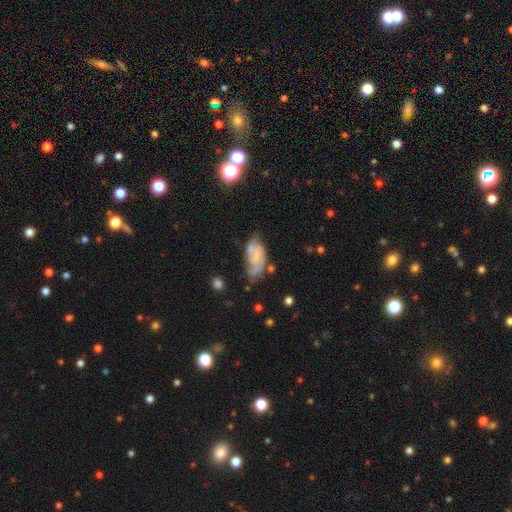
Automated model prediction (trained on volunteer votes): Smooth or featured? featured or disk (63%)
Edge-on disk? no (95%)
Bar? no (56%)
Spiral arms? yes (83%)
Bulge size? small (51%)
Merging? none (51%)